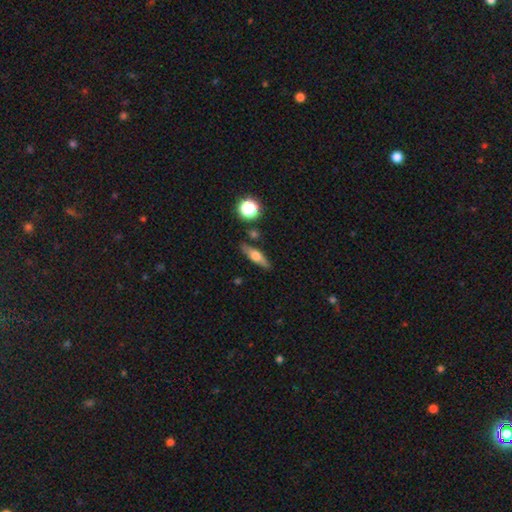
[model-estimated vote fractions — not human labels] The model was most divided on "smooth or featured": smooth: 47%, featured or disk: 44%, star or artifact: 8%. More confident: merging — none (83%).